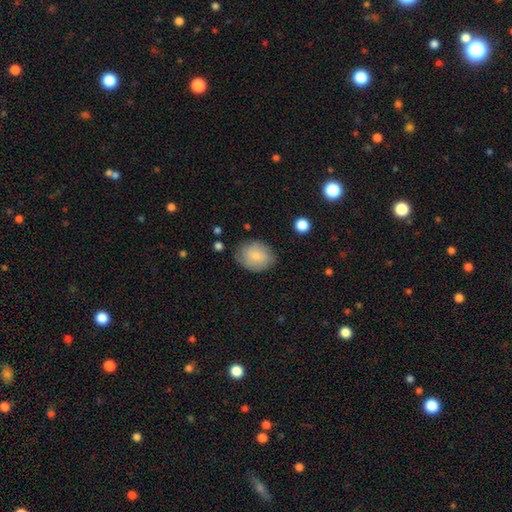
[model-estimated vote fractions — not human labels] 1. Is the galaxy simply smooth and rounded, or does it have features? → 79% smooth, 14% featured or disk, 7% star or artifact.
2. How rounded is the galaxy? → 50% in between, 49% round, 1% cigar-shaped.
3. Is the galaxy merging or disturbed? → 74% none, 20% minor disturbance, 5% major disturbance, 2% merger.